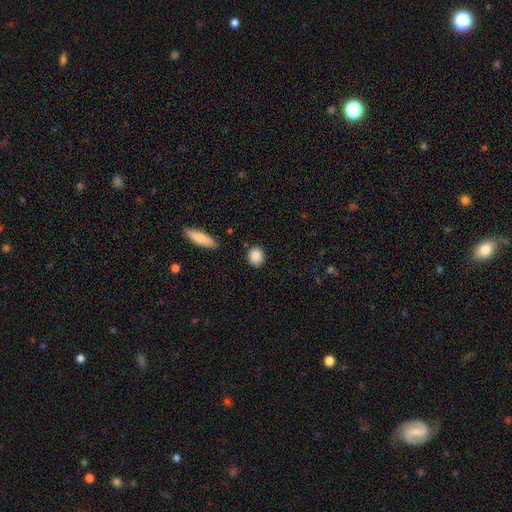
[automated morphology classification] smooth 88%, star or artifact 8%, featured or disk 4%. Down the decision tree: how rounded — round (61%); merging — none (86%).